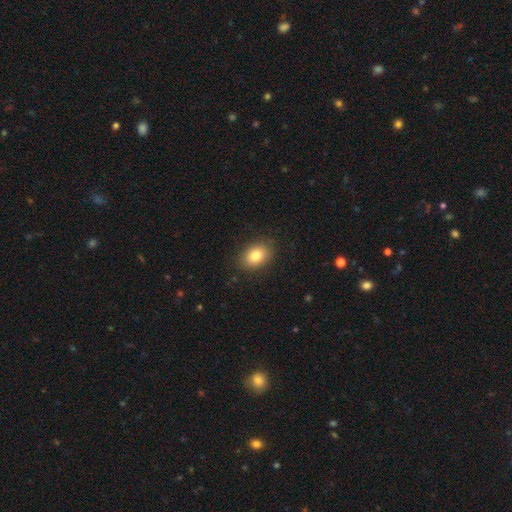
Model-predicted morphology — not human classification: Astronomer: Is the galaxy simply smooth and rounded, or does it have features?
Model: smooth — 82%.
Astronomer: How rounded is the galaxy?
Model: in between — 74%.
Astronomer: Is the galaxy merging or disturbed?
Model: none — 87%.